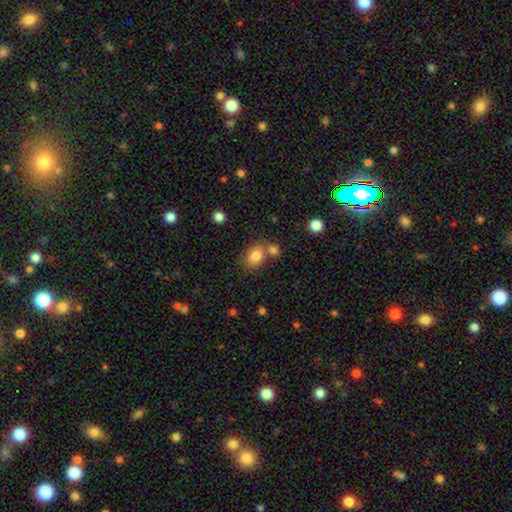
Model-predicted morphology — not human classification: type=smooth (81%); roundness=in between (62%); merging=none (55%).